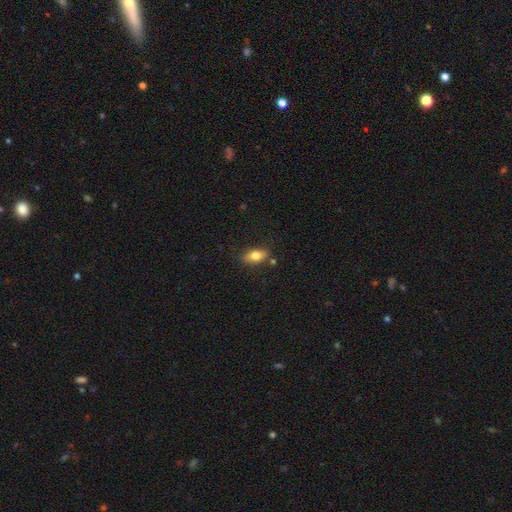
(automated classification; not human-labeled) Smooth or featured?
  - smooth: 78% *
  - featured or disk: 14%
  - star or artifact: 8%
How rounded?
  - in between: 85% *
  - cigar-shaped: 8%
  - round: 7%
Merging?
  - none: 79% *
  - minor disturbance: 14%
  - merger: 4%
  - major disturbance: 3%